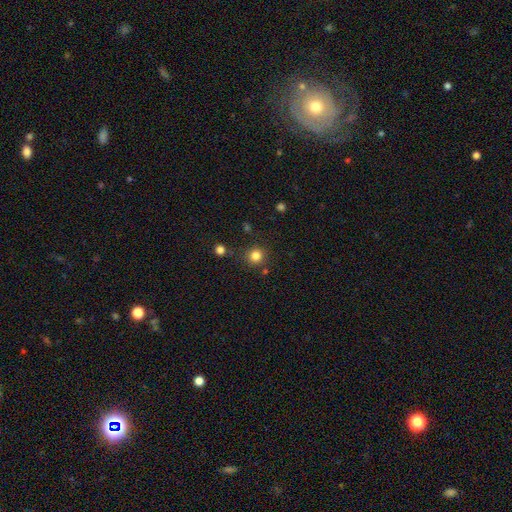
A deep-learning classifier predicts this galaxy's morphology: smooth 82%, star or artifact 13%, featured or disk 5%. Down the decision tree: how rounded — round (92%); merging — none (84%).